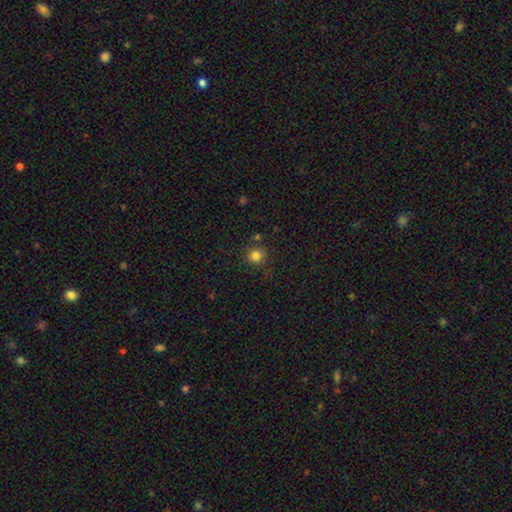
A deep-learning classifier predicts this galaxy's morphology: A smooth galaxy with no disk features (81%) that is round (92%). Merging: none (83%).